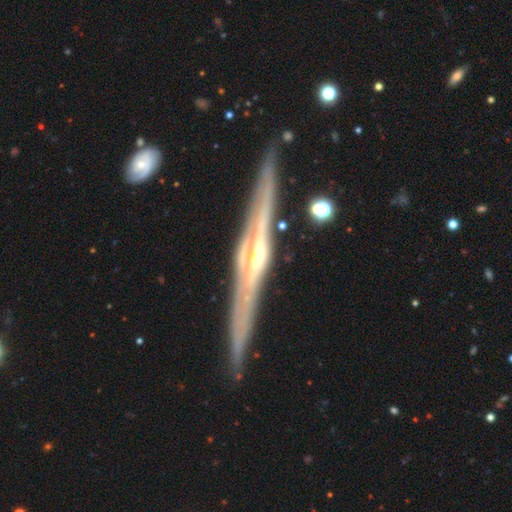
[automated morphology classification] Smooth or featured: featured or disk — 85% (smooth — 9%)
Edge-on disk: yes — 95% (no — 5%)
Edge-on bulge: rounded — 73% (none — 14%)
Merging: none — 84% (minor disturbance — 11%)